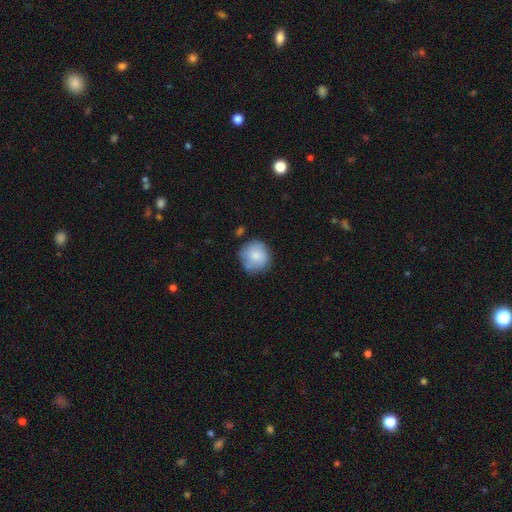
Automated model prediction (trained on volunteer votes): smooth-or-featured: smooth: 77% | featured or disk: 16% | star or artifact: 7%
  how-rounded: round: 91% | in between: 8% | cigar-shaped: 1%
  merging: none: 71% | minor disturbance: 20% | major disturbance: 5% | merger: 5%